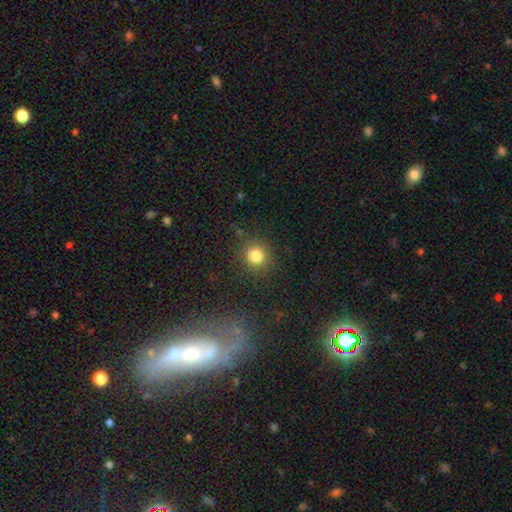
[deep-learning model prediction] Morphology: type=smooth (82%); roundness=round (90%); merging=none (87%).